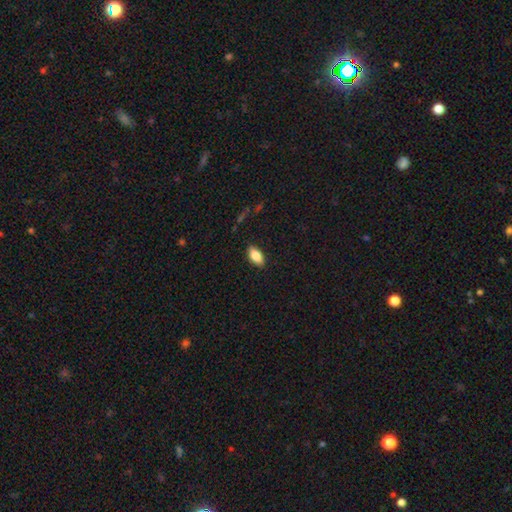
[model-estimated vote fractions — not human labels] This is clearly a smooth galaxy (83%). How rounded: clearly in between (91%). Merging: clearly none (88%).